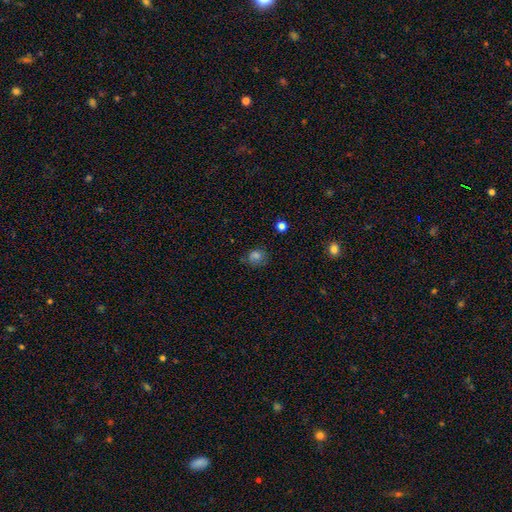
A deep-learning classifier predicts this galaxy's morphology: The model was most divided on "how rounded": round: 58%, in between: 41%, cigar-shaped: 1%. More confident: smooth or featured — smooth (73%); merging — none (66%).